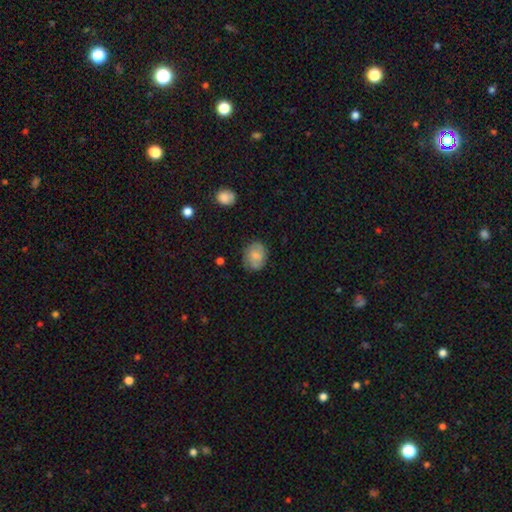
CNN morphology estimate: Smooth or featured? Predicted: smooth (p=0.57). How rounded? Predicted: round (p=0.51). Merging? Predicted: none (p=0.76).